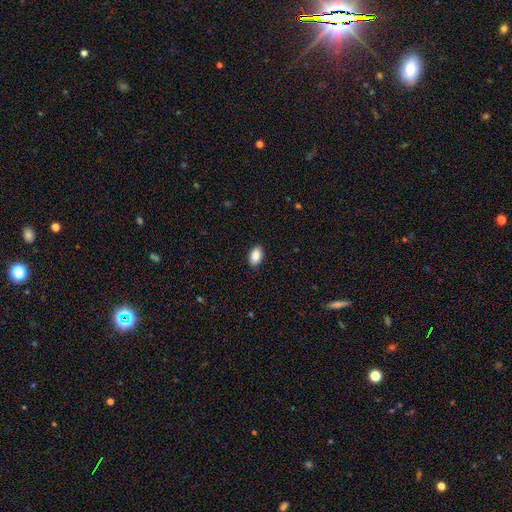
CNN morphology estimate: Smooth or featured?
  - smooth: 89% *
  - star or artifact: 7%
  - featured or disk: 4%
How rounded?
  - in between: 93% *
  - round: 5%
  - cigar-shaped: 2%
Merging?
  - none: 89% *
  - minor disturbance: 8%
  - major disturbance: 2%
  - merger: 1%